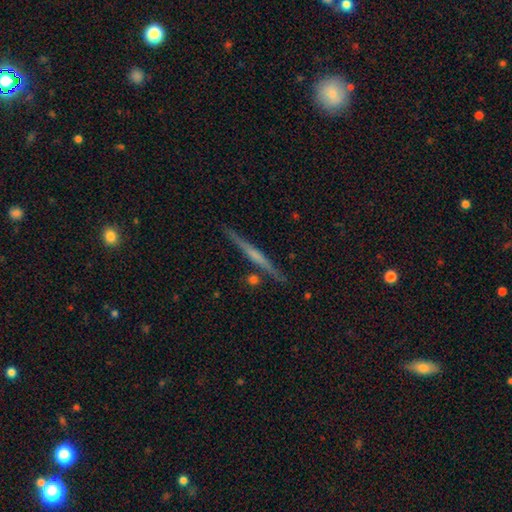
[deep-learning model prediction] smooth_or_featured: featured or disk (p=0.65) [alt: smooth p=0.29]
disk_edge_on: yes (p=0.98) [alt: no p=0.02]
edge_on_bulge: none (p=0.58) [alt: rounded p=0.30]
merging: none (p=0.88) [alt: minor disturbance p=0.08]